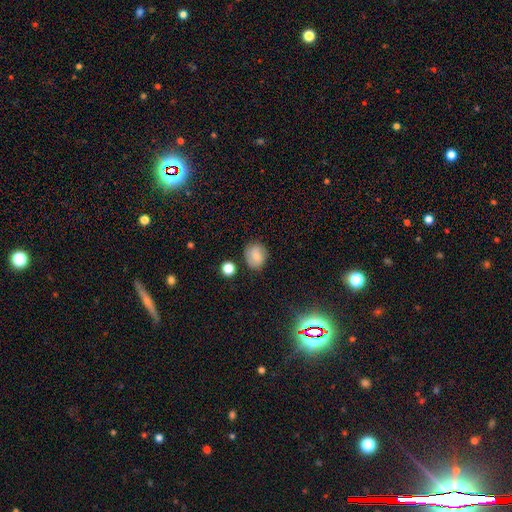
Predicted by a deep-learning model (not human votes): A smooth galaxy with no disk features (76%) that is round (65%). Merging: none (76%).